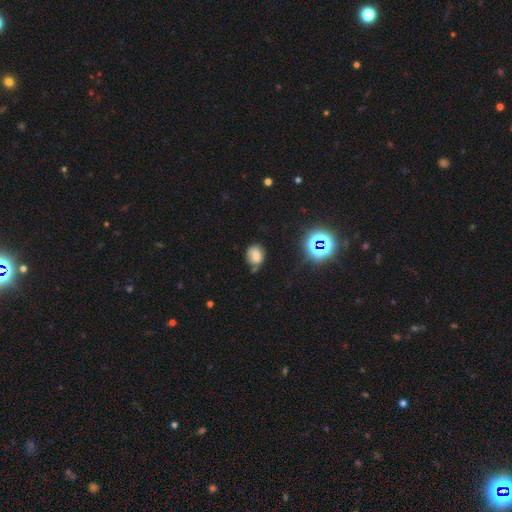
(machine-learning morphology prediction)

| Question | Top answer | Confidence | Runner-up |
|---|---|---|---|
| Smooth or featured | smooth | 68% | star or artifact (18%) |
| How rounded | round | 56% | in between (43%) |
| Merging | none | 66% | minor disturbance (22%) |